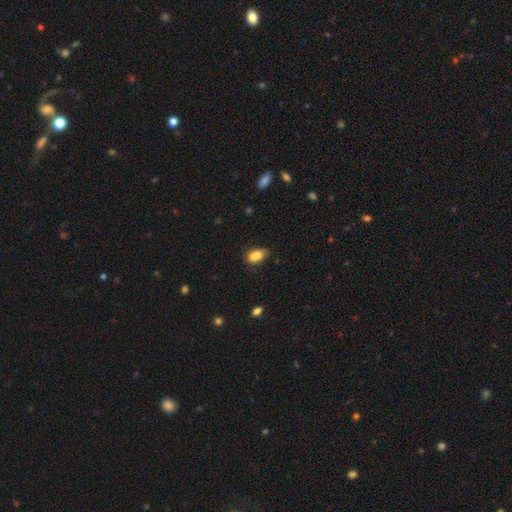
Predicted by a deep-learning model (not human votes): A smooth galaxy with no disk features (77%) that is in between round and cigar-shaped (82%).

Vote fractions:
- Smooth or featured? smooth: 77% / featured or disk: 13% / star or artifact: 10%
- How rounded? in between: 82% / round: 14% / cigar-shaped: 3%
- Merging? none: 40% / merger: 34% / minor disturbance: 20% / major disturbance: 6%